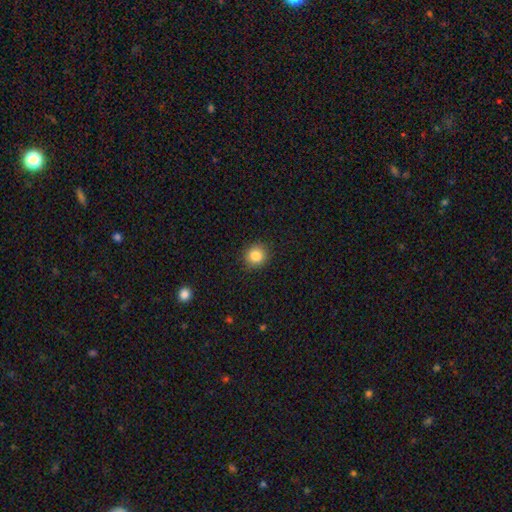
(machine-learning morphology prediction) A smooth galaxy with no disk features (85%) that is round (90%). Merging: none (90%).